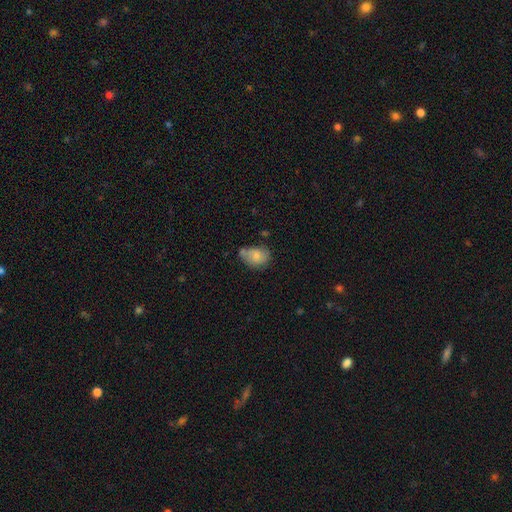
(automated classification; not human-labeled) Morphology: type=smooth (73%); roundness=in between (66%); merging=none (41%).